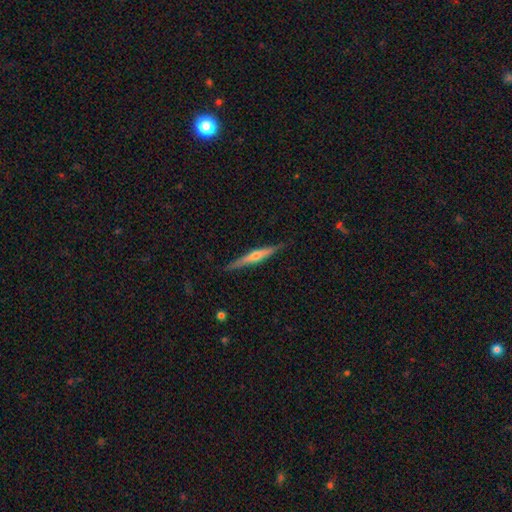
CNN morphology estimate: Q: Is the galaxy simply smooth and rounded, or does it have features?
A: featured or disk — 67%.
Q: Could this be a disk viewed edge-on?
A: yes — 97%.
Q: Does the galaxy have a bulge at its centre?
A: rounded — 82%.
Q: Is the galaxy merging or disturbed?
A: none — 87%.